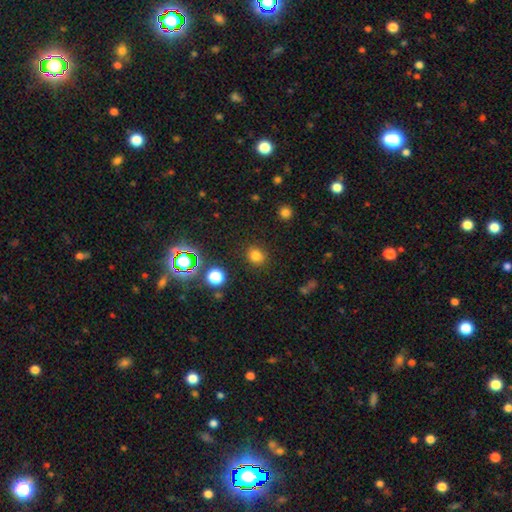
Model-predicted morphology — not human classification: Smooth or featured? Predicted: smooth (p=0.77). How rounded? Predicted: round (p=0.69). Merging? Predicted: none (p=0.87).